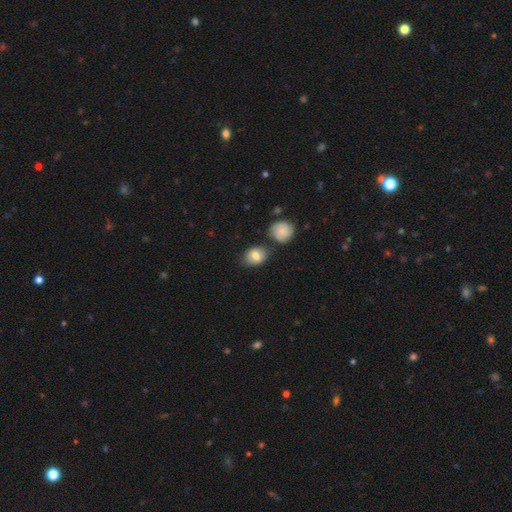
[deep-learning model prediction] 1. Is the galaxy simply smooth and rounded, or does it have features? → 73% smooth, 20% featured or disk, 8% star or artifact.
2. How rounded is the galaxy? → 62% in between, 37% round, 1% cigar-shaped.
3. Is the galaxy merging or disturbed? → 69% none, 18% minor disturbance, 9% merger, 4% major disturbance.